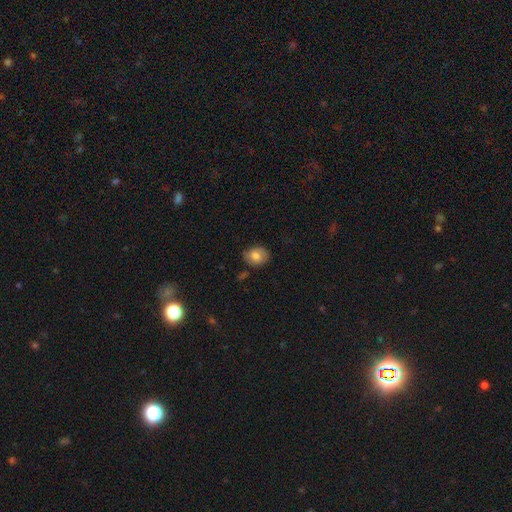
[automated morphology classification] Smooth or featured? smooth (77%)
How rounded? in between (54%)
Merging? none (77%)